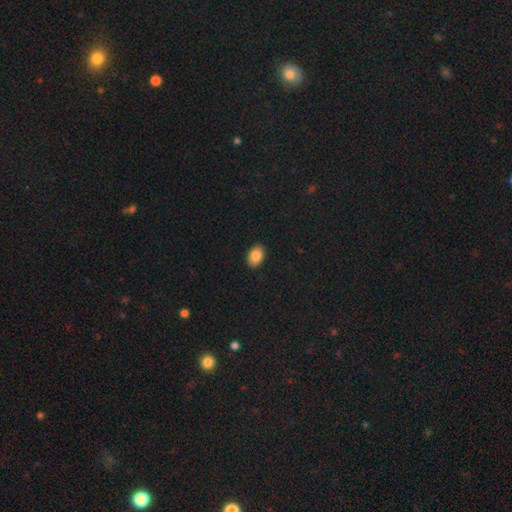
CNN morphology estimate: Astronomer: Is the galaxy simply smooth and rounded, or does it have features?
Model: smooth — 87%.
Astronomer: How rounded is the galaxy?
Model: in between — 86%.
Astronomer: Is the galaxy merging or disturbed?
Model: none — 90%.